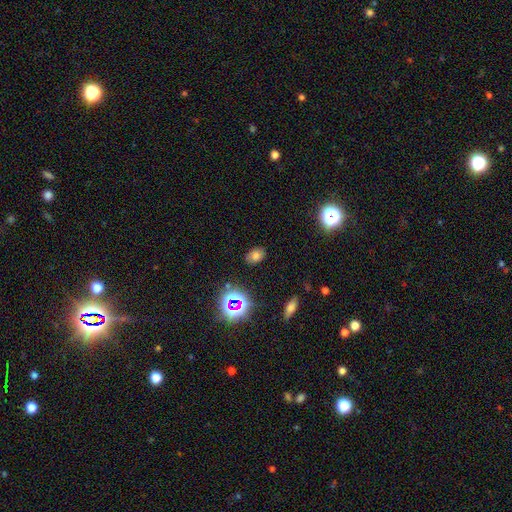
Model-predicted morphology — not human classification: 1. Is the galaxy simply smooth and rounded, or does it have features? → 68% smooth, 23% star or artifact, 9% featured or disk.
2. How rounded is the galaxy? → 77% in between, 21% round, 1% cigar-shaped.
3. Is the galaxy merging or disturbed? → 85% none, 10% minor disturbance, 3% major disturbance, 2% merger.